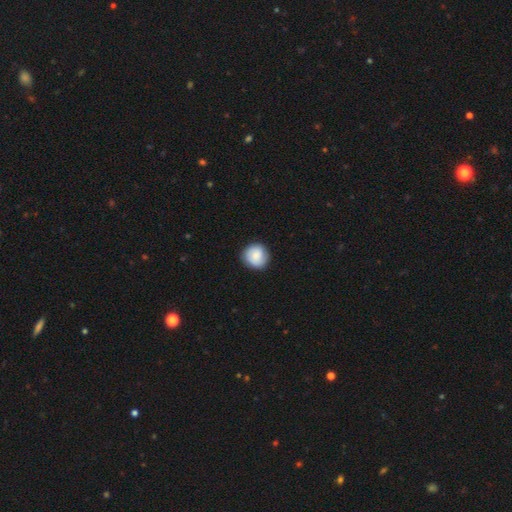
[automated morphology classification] Smooth or featured? smooth (80%)
How rounded? round (90%)
Merging? none (87%)